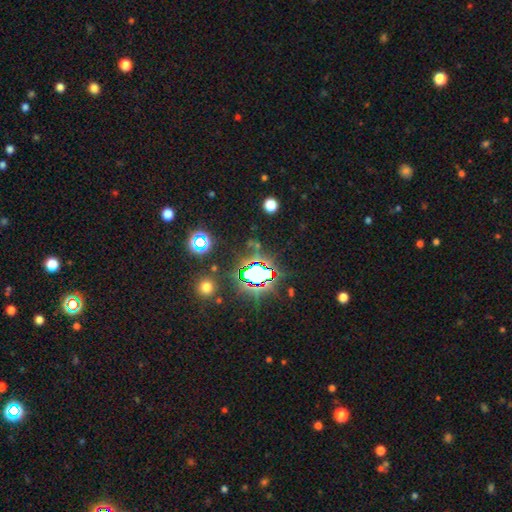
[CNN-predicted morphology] Smooth or featured?
  - star or artifact: 81% *
  - smooth: 12%
  - featured or disk: 8%